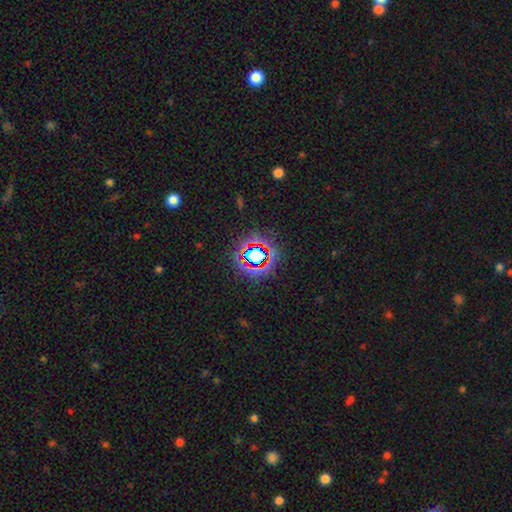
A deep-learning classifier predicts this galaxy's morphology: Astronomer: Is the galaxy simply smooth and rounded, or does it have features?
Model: star or artifact — 67%.